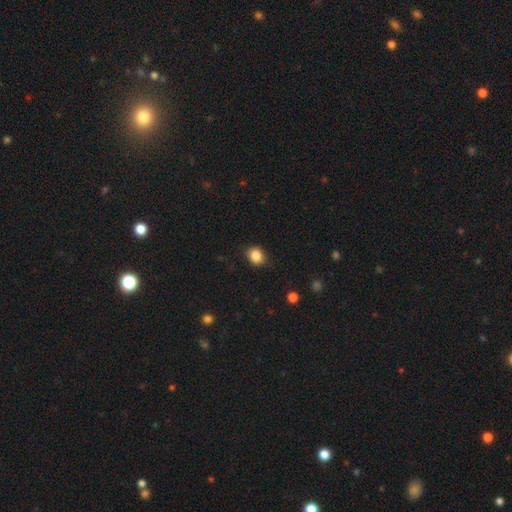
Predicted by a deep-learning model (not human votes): The model was most divided on "how rounded": round: 57%, in between: 42%, cigar-shaped: 1%. More confident: smooth or featured — smooth (86%); merging — none (85%).